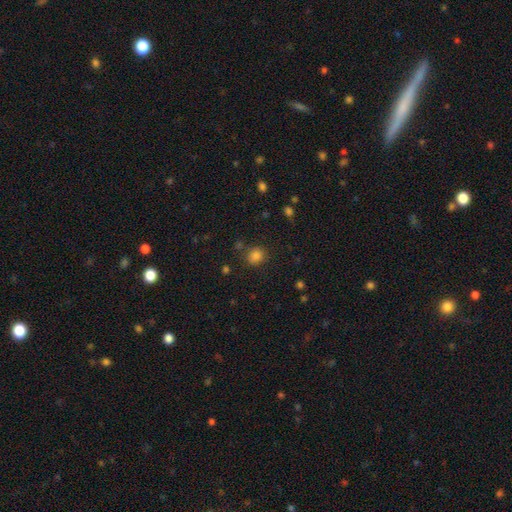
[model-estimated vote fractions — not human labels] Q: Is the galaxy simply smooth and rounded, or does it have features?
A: smooth — 82%.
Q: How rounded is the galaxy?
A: round — 73%.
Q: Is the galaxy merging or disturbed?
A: none — 81%.